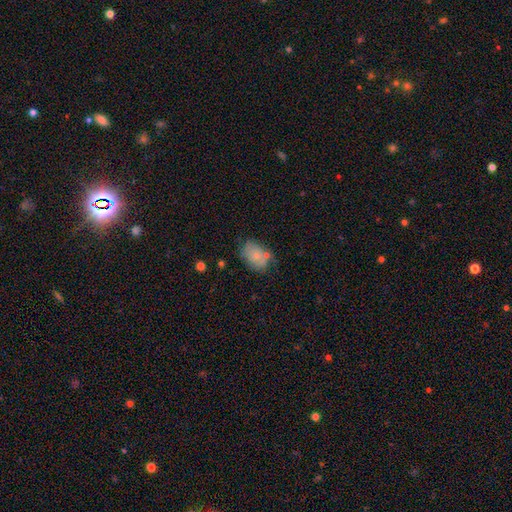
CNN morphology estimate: Overall: smooth (71%). How rounded: in between (81%). Merging: none (57%; minor disturbance 23%).